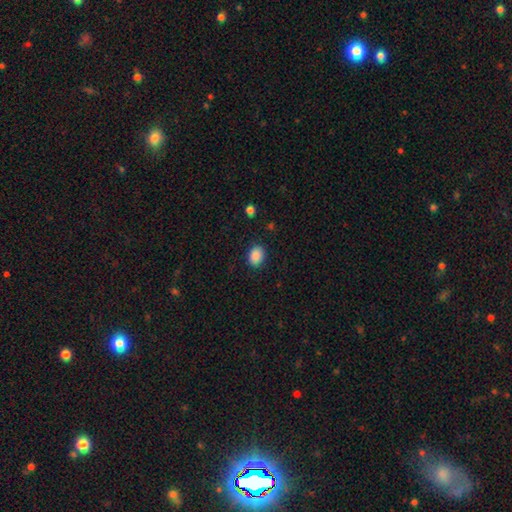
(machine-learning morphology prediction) Smooth or featured? Predicted: smooth (p=0.88). How rounded? Predicted: in between (p=0.69). Merging? Predicted: none (p=0.87).